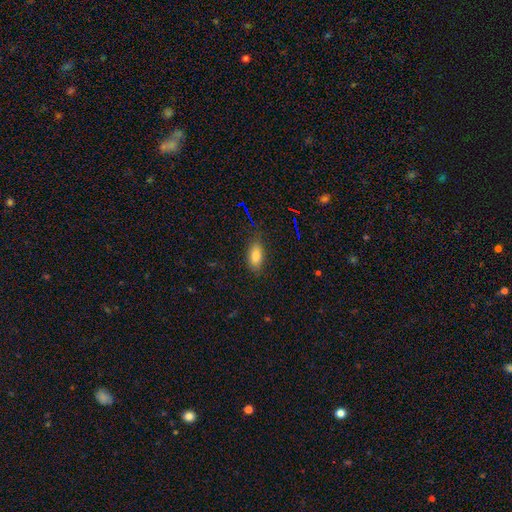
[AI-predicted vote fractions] Q: Smooth or featured?
A: smooth (80%); runner-up: star or artifact (12%)
Q: How rounded?
A: in between (86%); runner-up: cigar-shaped (10%)
Q: Merging?
A: none (82%); runner-up: minor disturbance (13%)